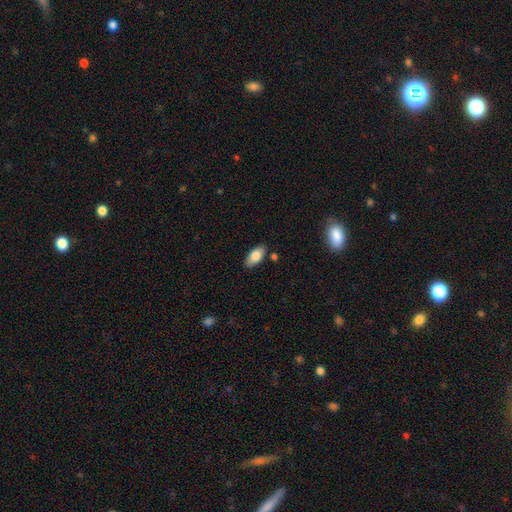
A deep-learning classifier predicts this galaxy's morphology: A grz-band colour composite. It shows a smooth galaxy with no disk features (80%) that is in between round and cigar-shaped (90%). Merging: none (84%).